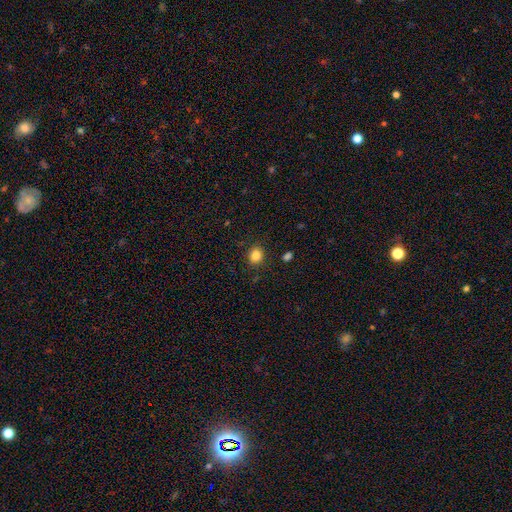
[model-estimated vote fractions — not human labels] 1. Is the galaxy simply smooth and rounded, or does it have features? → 84% smooth, 11% star or artifact, 5% featured or disk.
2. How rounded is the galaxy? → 73% round, 26% in between, 1% cigar-shaped.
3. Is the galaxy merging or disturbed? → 87% none, 8% minor disturbance, 3% major disturbance, 2% merger.